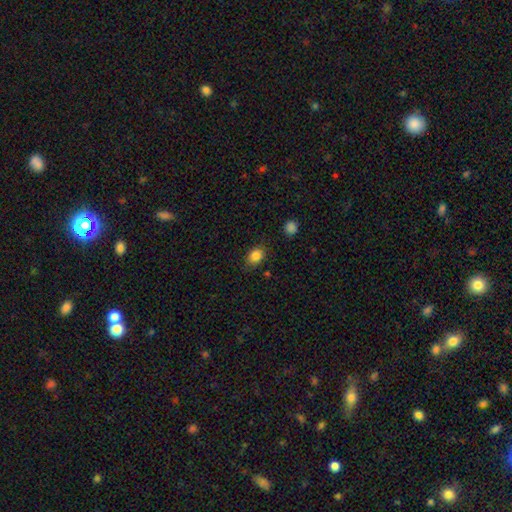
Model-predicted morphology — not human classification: A smooth galaxy with no disk features (85%) that is in between round and cigar-shaped (62%). Merging: none (81%).